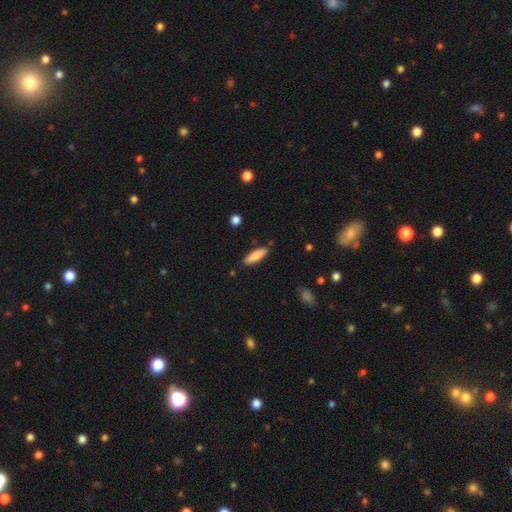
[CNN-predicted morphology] A smooth galaxy with no disk features (83%) that is cigar-shaped (59%). Merging: none (85%).